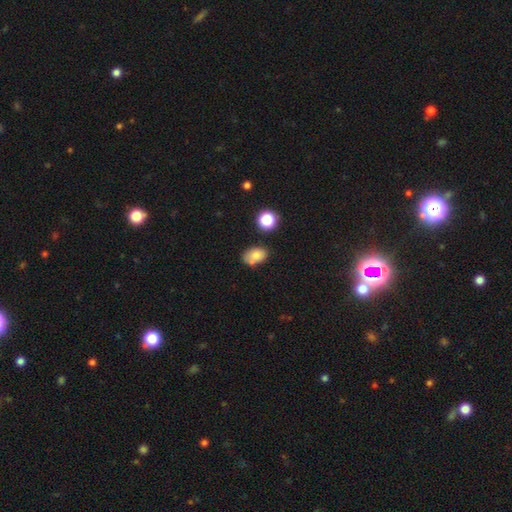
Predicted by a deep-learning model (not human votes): Morphology: type=smooth (76%); roundness=in between (80%); merging=none (56%).